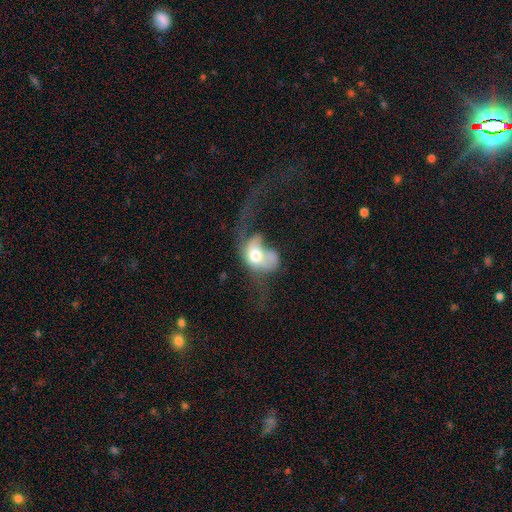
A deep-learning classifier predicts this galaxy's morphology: Q: Smooth or featured?
A: smooth (52%); runner-up: featured or disk (39%)
Q: How rounded?
A: in between (71%); runner-up: round (26%)
Q: Merging?
A: major disturbance (53%); runner-up: merger (26%)